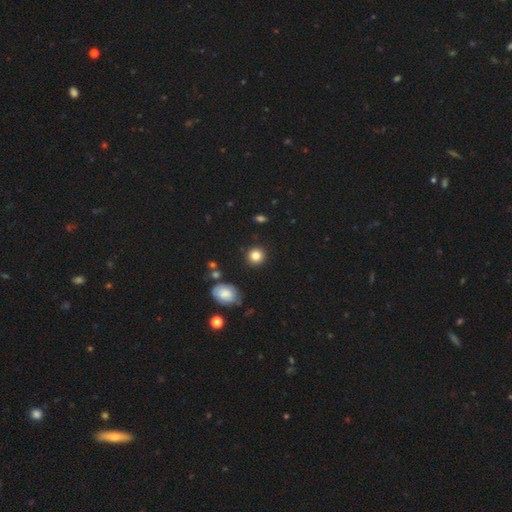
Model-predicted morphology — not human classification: This appears to be a smooth galaxy with no disk features (83%) that is round (91%). Merging: none (89%).